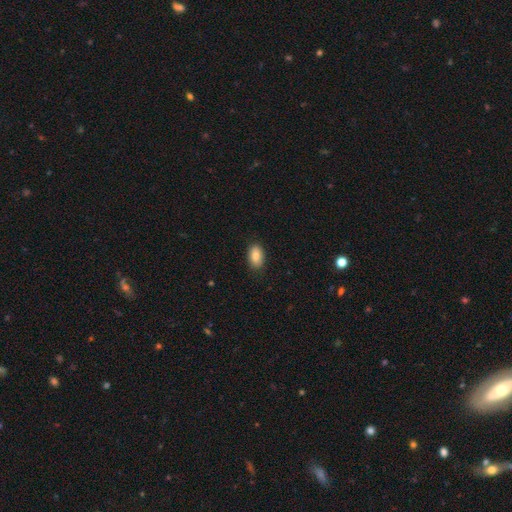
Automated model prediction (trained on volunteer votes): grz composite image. It shows a smooth galaxy with no disk features (86%) that is in between round and cigar-shaped (92%). Merging: none (88%).